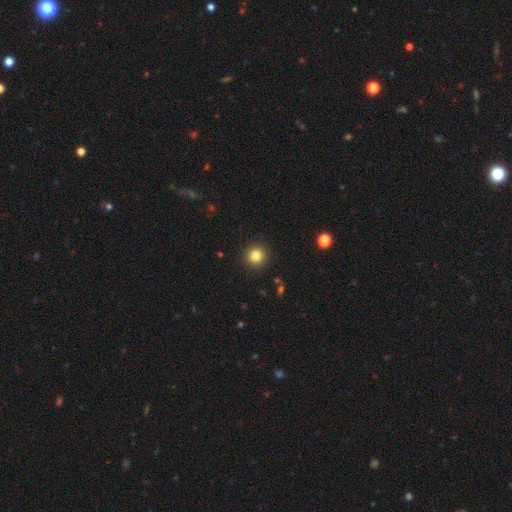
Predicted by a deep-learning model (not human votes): Smooth or featured? smooth (83%)
How rounded? round (95%)
Merging? none (92%)